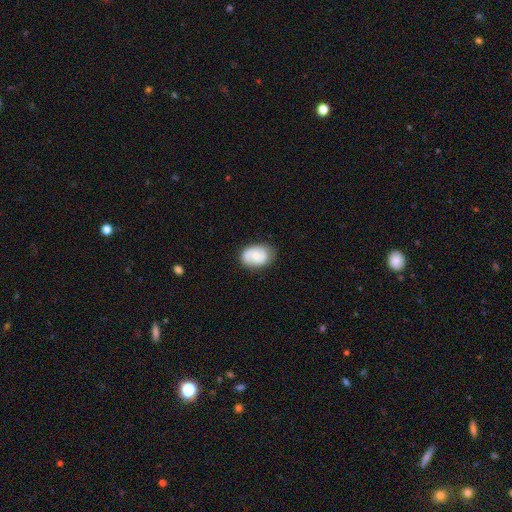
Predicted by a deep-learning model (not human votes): smooth_or_featured: smooth (p=0.50) [alt: featured or disk p=0.43]
merging: none (p=0.75) [alt: minor disturbance p=0.19]